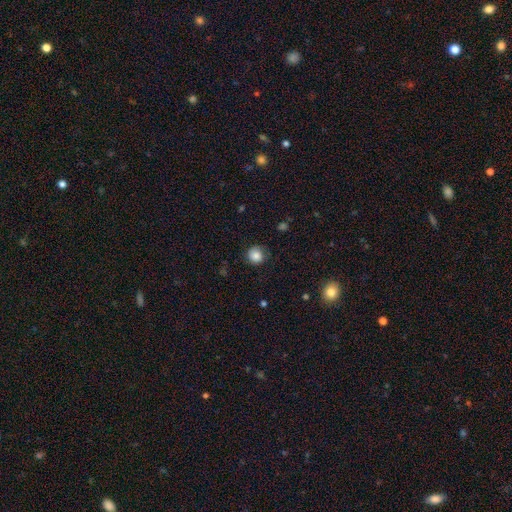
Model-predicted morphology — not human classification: The model was most divided on "merging": none: 75%, minor disturbance: 18%, major disturbance: 6%, merger: 1%. More confident: how rounded — round (89%); smooth or featured — smooth (83%).